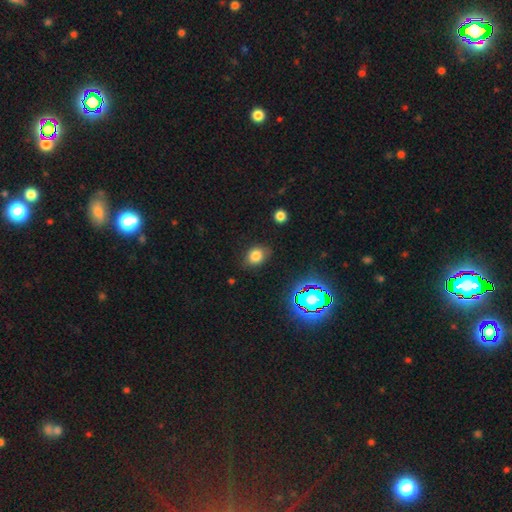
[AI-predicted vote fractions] Smooth or featured?
  - smooth: 76% *
  - star or artifact: 17%
  - featured or disk: 7%
How rounded?
  - in between: 56% *
  - round: 43%
  - cigar-shaped: 1%
Merging?
  - none: 78% *
  - minor disturbance: 17%
  - major disturbance: 4%
  - merger: 2%